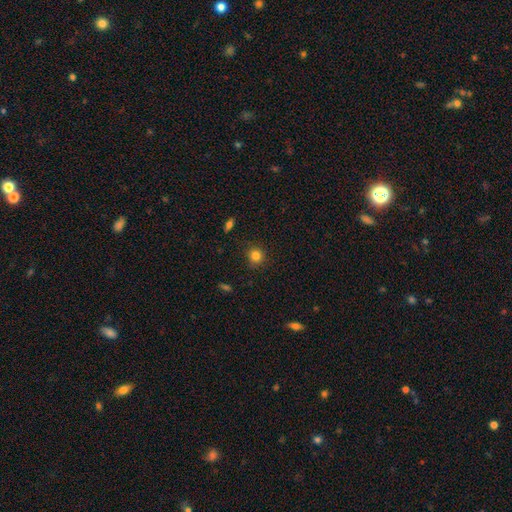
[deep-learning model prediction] A smooth galaxy with no disk features (82%) that is round (91%).

Vote fractions:
- Smooth or featured? smooth: 82% / star or artifact: 12% / featured or disk: 6%
- How rounded? round: 91% / in between: 8% / cigar-shaped: 1%
- Merging? none: 88% / minor disturbance: 9% / major disturbance: 2% / merger: 1%